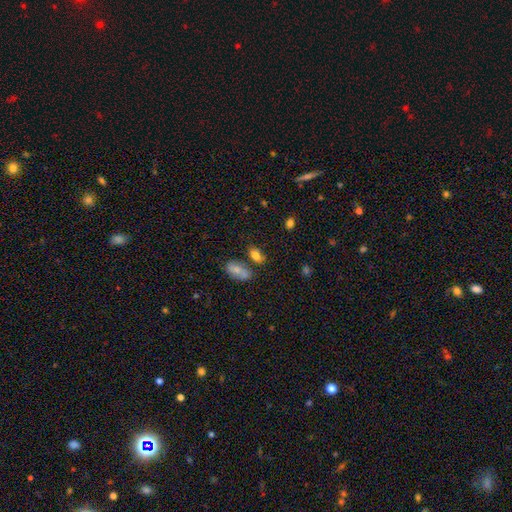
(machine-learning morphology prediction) The model was most divided on "merging": none: 59%, merger: 18%, minor disturbance: 17%, major disturbance: 6%. More confident: how rounded — in between (84%); smooth or featured — smooth (78%).